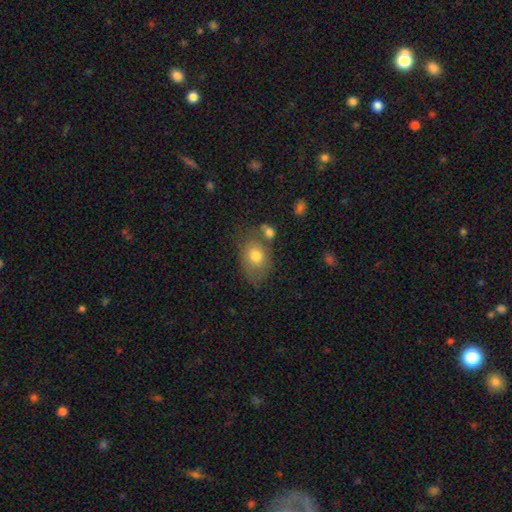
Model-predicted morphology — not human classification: Smooth or featured? smooth (74%)
How rounded? in between (72%)
Merging? none (56%)